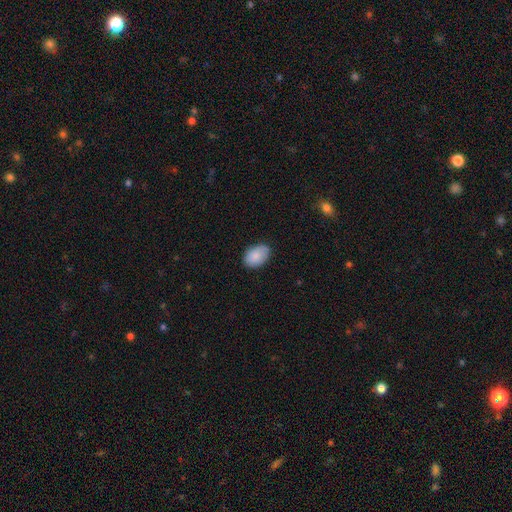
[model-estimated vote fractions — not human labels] Smooth or featured: smooth — 85% (featured or disk — 8%)
How rounded: in between — 87% (round — 12%)
Merging: none — 79% (minor disturbance — 17%)